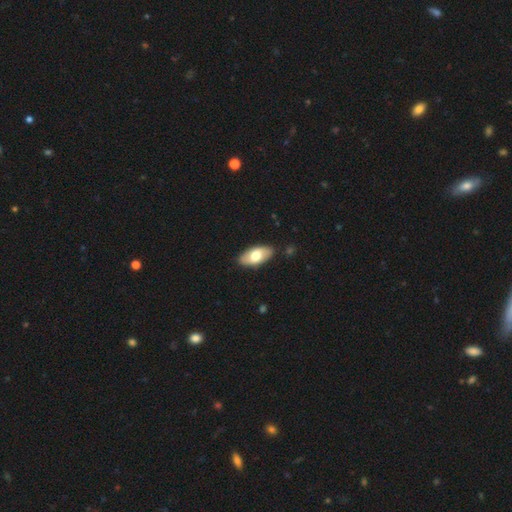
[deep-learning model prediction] A smooth galaxy with no disk features (68%) that is in between round and cigar-shaped (92%).

Vote fractions:
- Smooth or featured? smooth: 68% / featured or disk: 26% / star or artifact: 5%
- How rounded? in between: 92% / cigar-shaped: 5% / round: 3%
- Merging? none: 87% / minor disturbance: 9% / major disturbance: 2% / merger: 1%